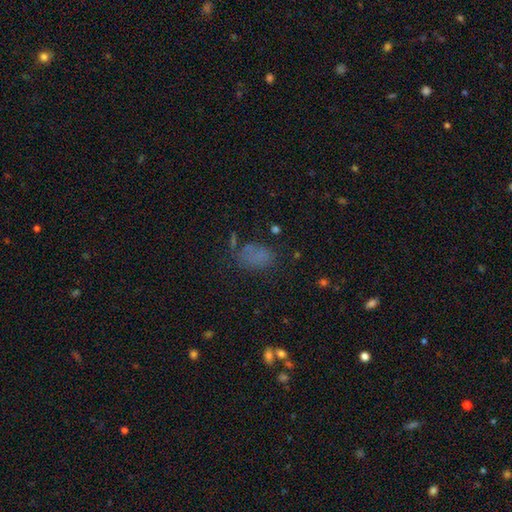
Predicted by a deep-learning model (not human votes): A smooth galaxy with no disk features (65%) that is in between round and cigar-shaped (83%).

Vote fractions:
- Smooth or featured? smooth: 65% / star or artifact: 22% / featured or disk: 13%
- How rounded? in between: 83% / round: 14% / cigar-shaped: 2%
- Merging? none: 55% / minor disturbance: 21% / major disturbance: 17% / merger: 7%